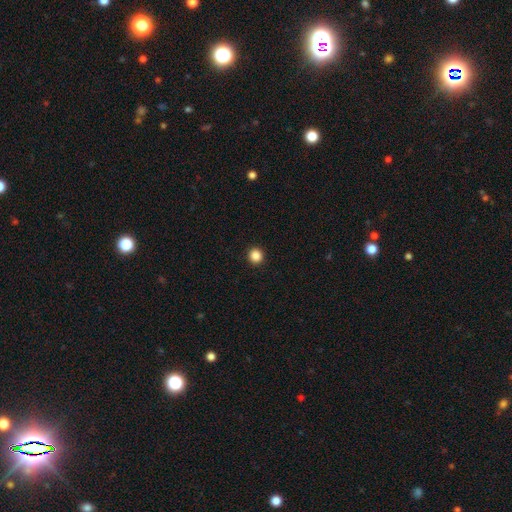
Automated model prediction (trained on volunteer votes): smooth_or_featured: smooth (p=0.87) [alt: star or artifact p=0.10]
how_rounded: round (p=0.94) [alt: in between p=0.05]
merging: none (p=0.94) [alt: minor disturbance p=0.04]